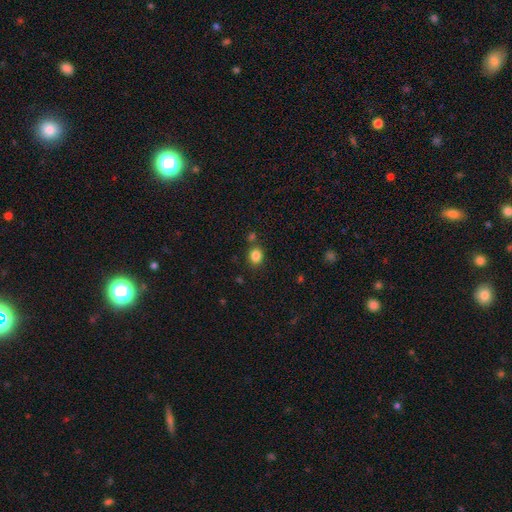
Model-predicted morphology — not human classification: This appears to be a smooth galaxy with no disk features (84%) that is round (68%). Merging: none (77%).